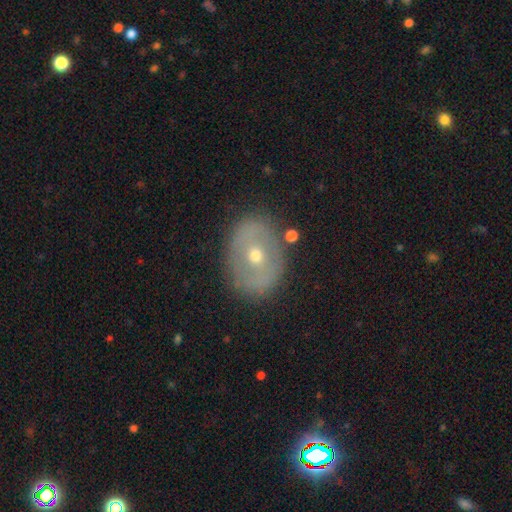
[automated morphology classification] smooth-or-featured: featured or disk: 50% | smooth: 41% | star or artifact: 9%
  disk-edge-on: no: 92% | yes: 8%
  merging: none: 81% | minor disturbance: 12% | major disturbance: 4% | merger: 2%